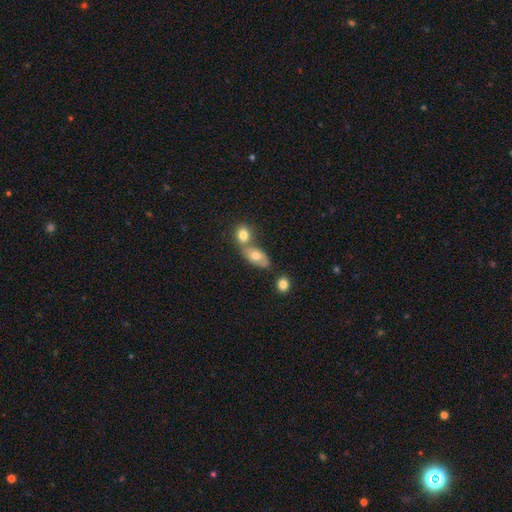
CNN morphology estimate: This appears to be a smooth galaxy with no disk features (72%) that is in between round and cigar-shaped (84%). Merging: merger (44%).